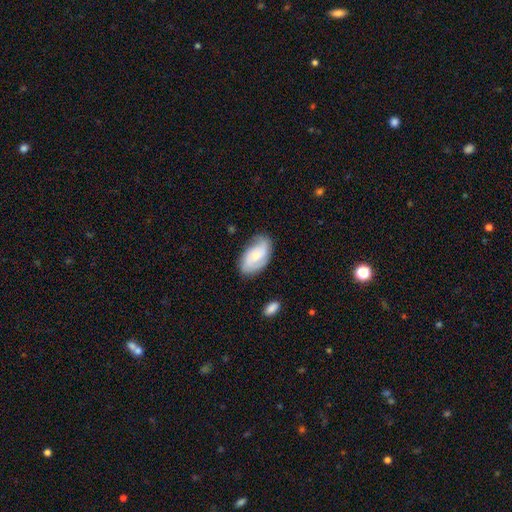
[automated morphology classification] Q: Smooth or featured?
A: featured or disk (61%); runner-up: smooth (32%)
Q: Edge-on disk?
A: no (95%); runner-up: yes (5%)
Q: Bar?
A: no (61%); runner-up: weak (32%)
Q: Spiral arms?
A: yes (90%); runner-up: no (10%)
Q: Spiral winding?
A: medium (43%); runner-up: tight (36%)
Q: Spiral arm count?
A: 2 (61%); runner-up: can't tell (19%)
Q: Bulge size?
A: small (53%); runner-up: moderate (40%)
Q: Merging?
A: none (71%); runner-up: minor disturbance (21%)